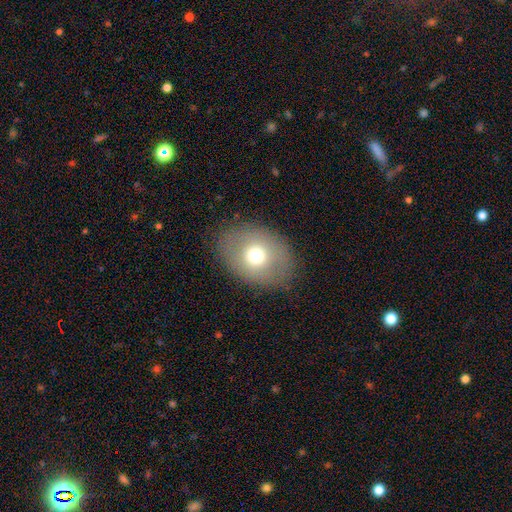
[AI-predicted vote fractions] A smooth galaxy with no disk features (67%) that is in between round and cigar-shaped (61%).

Vote fractions:
- Smooth or featured? smooth: 67% / featured or disk: 22% / star or artifact: 10%
- How rounded? in between: 61% / round: 38% / cigar-shaped: 1%
- Merging? none: 84% / minor disturbance: 10% / major disturbance: 5% / merger: 1%